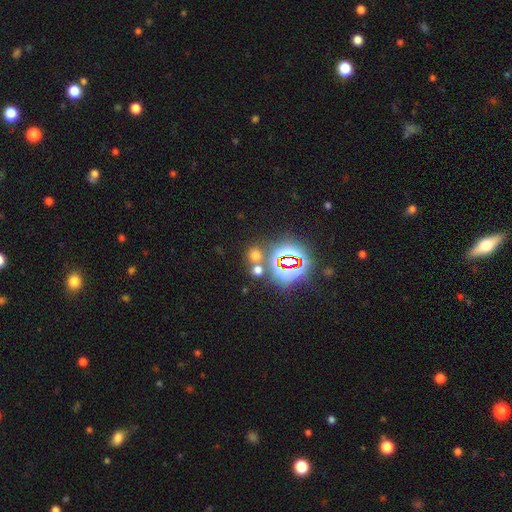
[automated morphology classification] The model was most divided on "smooth or featured": smooth: 52%, star or artifact: 41%, featured or disk: 7%. More confident: how rounded — round (80%); merging — none (67%).